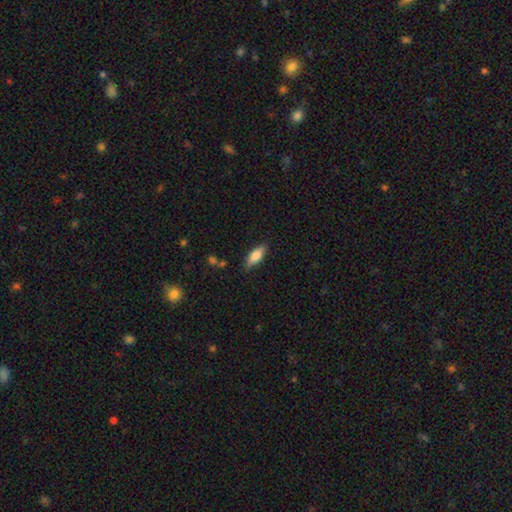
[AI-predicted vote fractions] A smooth galaxy with no disk features (76%) that is in between round and cigar-shaped (70%). Merging: none (82%).